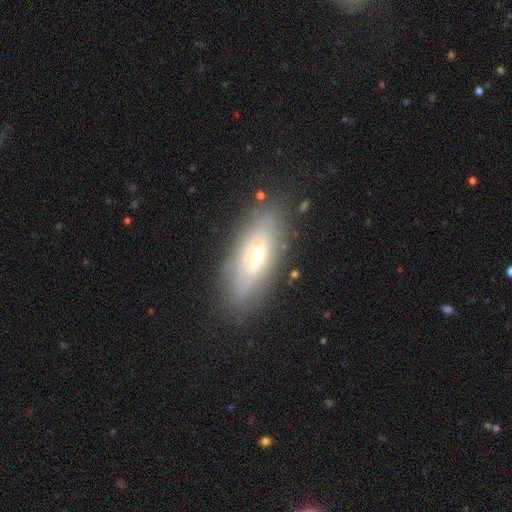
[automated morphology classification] Smooth or featured? featured or disk (61%)
Edge-on disk? no (71%)
Merging? none (79%)